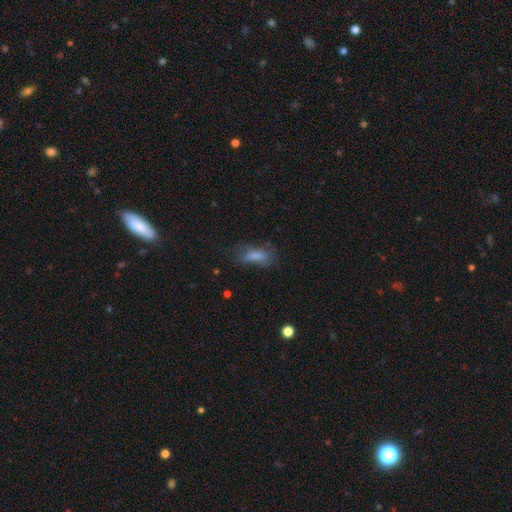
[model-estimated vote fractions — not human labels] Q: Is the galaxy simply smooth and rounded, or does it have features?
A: smooth — 72%.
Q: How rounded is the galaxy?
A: in between — 79%.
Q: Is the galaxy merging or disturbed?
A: none — 40%.